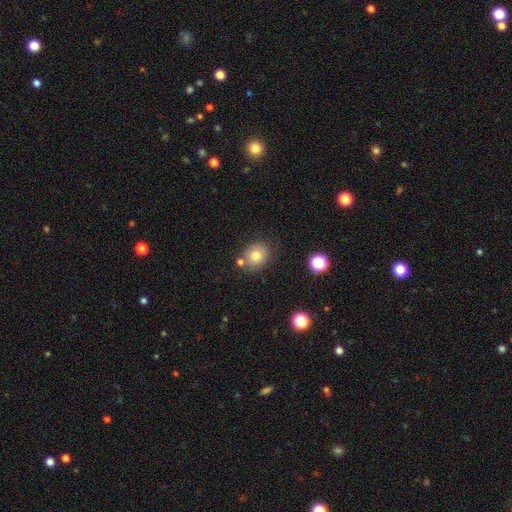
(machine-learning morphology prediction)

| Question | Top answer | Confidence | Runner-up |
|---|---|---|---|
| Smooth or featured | smooth | 77% | star or artifact (12%) |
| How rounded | round | 75% | in between (24%) |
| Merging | none | 74% | minor disturbance (12%) |